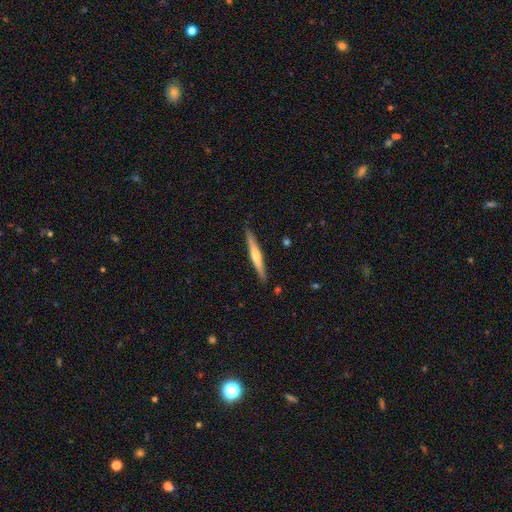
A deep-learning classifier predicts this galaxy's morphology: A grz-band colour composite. It shows a featured or disk galaxy (55%) viewed edge-on (97%) with a rounded central bulge (70%). Merging: none (90%).